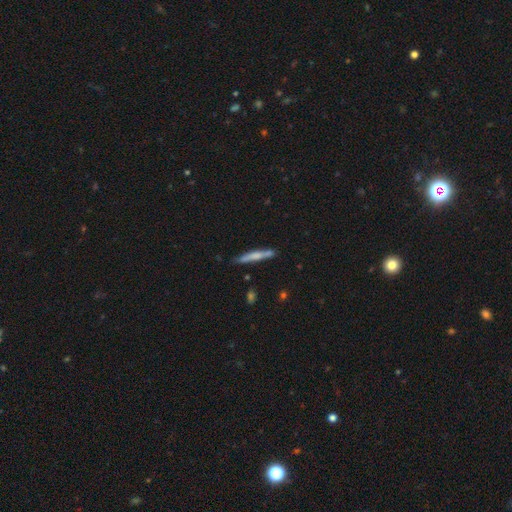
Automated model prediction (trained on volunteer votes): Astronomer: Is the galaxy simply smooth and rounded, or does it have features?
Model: smooth — 58% (runner-up: featured or disk, 35%).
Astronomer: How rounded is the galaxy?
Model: cigar-shaped — 94%.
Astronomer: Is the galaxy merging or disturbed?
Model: none — 75%.